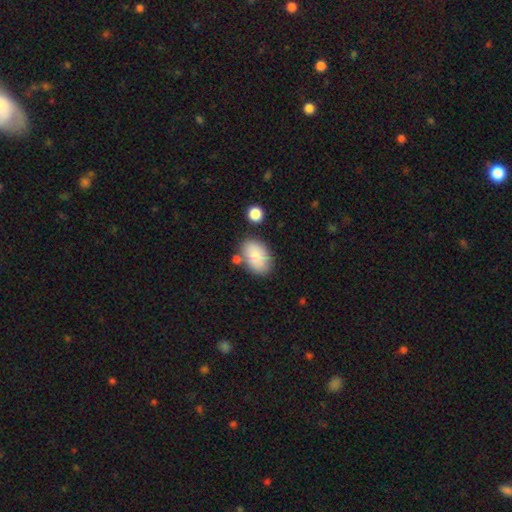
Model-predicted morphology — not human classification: type=smooth (82%); roundness=in between (90%); merging=none (69%).